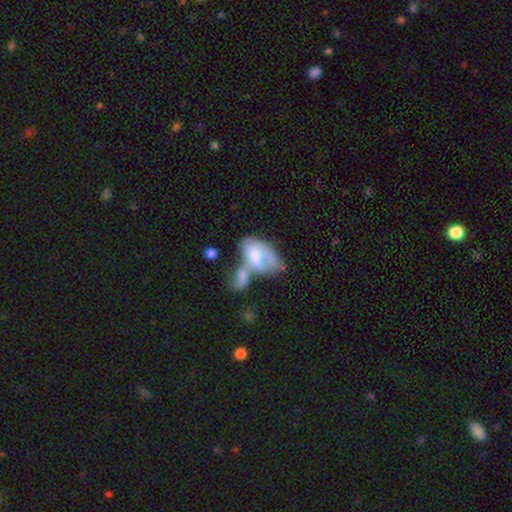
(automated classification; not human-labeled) The model was most divided on "smooth or featured": smooth: 61%, featured or disk: 32%, star or artifact: 7%. More confident: how rounded — in between (91%); merging — merger (60%).